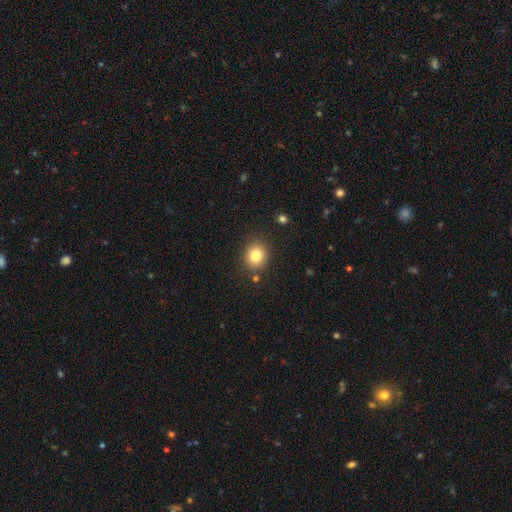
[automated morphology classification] Smooth or featured?
  - smooth: 81% *
  - star or artifact: 11%
  - featured or disk: 8%
How rounded?
  - round: 80% *
  - in between: 19%
  - cigar-shaped: 1%
Merging?
  - none: 86% *
  - minor disturbance: 8%
  - merger: 3%
  - major disturbance: 3%